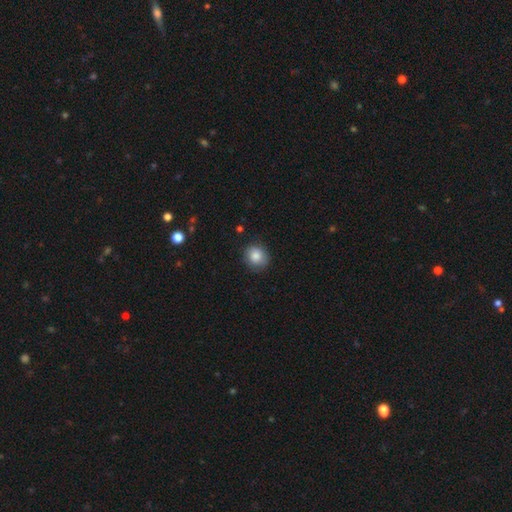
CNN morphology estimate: The model was most divided on "how rounded": round: 77%, in between: 22%, cigar-shaped: 1%. More confident: smooth or featured — smooth (84%); merging — none (80%).